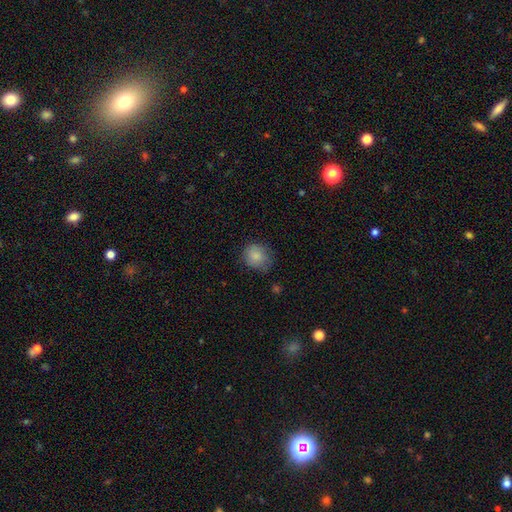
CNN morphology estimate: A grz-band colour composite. It shows a smooth galaxy with no disk features (84%) that is round (80%). Merging: none (68%).